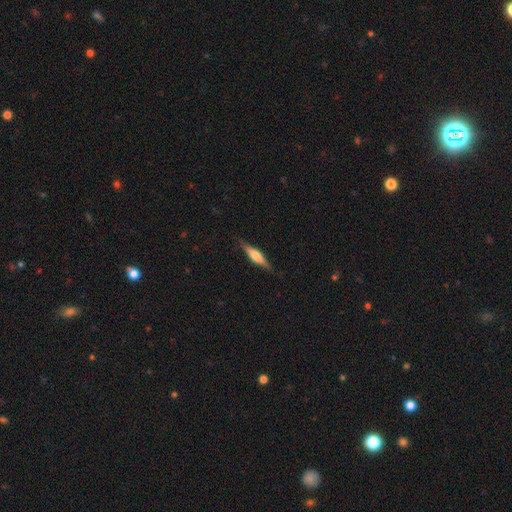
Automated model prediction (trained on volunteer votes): smooth-or-featured: featured or disk: 58% | smooth: 35% | star or artifact: 6%
  disk-edge-on: yes: 96% | no: 4%
    edge-on-bulge: rounded: 72% | boxy: 23% | none: 5%
  merging: none: 87% | minor disturbance: 10% | major disturbance: 2% | merger: 1%